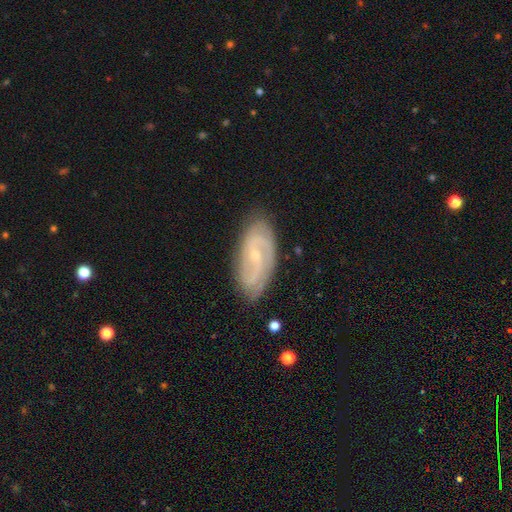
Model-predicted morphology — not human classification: This appears to be a featured or disk galaxy (81%) with no bar (46%), 2 (64%) tight (42%, tied with medium) spiral arms (94%) and a small central bulge (77%). Merging: none (80%).